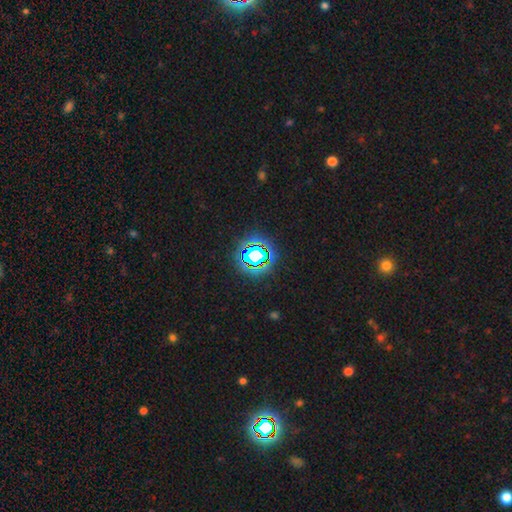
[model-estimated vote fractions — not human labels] star or artifact 68%, smooth 20%, featured or disk 12%.